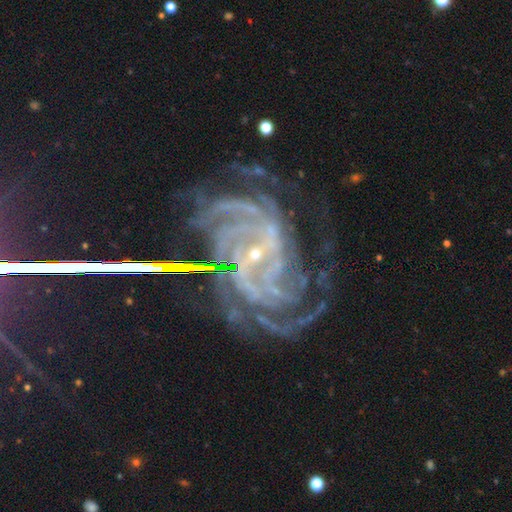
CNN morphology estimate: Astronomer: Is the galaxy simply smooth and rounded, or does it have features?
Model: featured or disk — 90%.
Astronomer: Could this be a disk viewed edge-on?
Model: no — 98%.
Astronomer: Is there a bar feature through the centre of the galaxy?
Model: weak — 35% (runner-up: no, 34%).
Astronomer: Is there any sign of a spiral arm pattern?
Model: yes — 98%.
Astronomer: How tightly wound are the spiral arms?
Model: tight — 58% (runner-up: medium, 35%).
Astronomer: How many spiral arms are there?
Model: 4 — 27% (runner-up: more than 4, 20%).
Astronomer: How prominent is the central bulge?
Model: small — 87%.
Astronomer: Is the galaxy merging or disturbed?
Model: none — 61%.